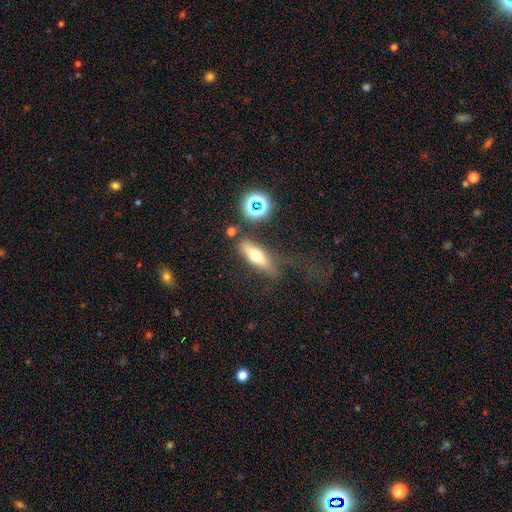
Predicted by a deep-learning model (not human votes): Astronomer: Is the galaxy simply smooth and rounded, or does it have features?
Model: smooth — 56% (runner-up: featured or disk, 32%).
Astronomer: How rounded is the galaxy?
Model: in between — 49% (runner-up: cigar-shaped, 45%).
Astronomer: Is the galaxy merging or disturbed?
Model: none — 60%.